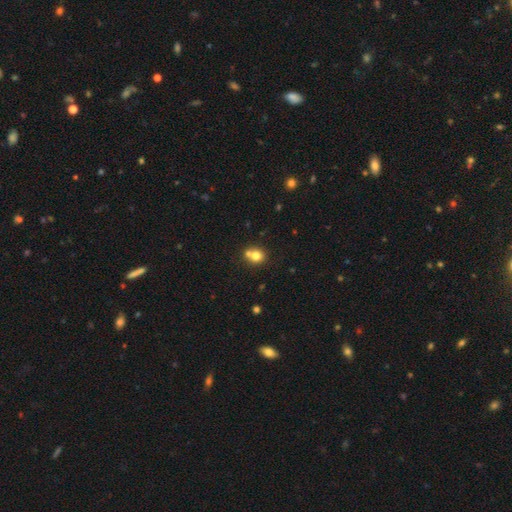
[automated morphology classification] The model was most divided on "merging": none: 49%, merger: 40%, minor disturbance: 8%, major disturbance: 3%. More confident: how rounded — round (78%); smooth or featured — smooth (76%).